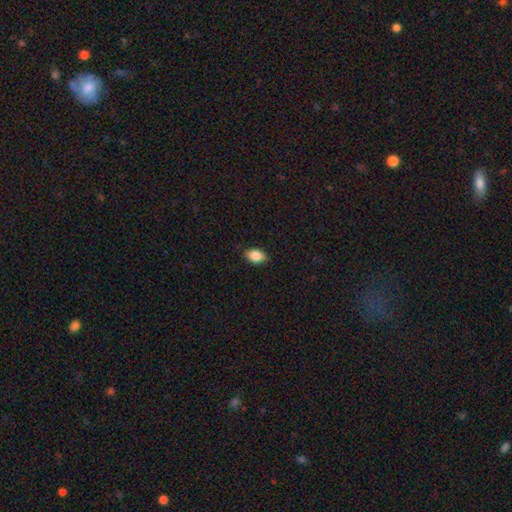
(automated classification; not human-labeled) Smooth or featured? smooth (85%)
How rounded? in between (88%)
Merging? none (85%)